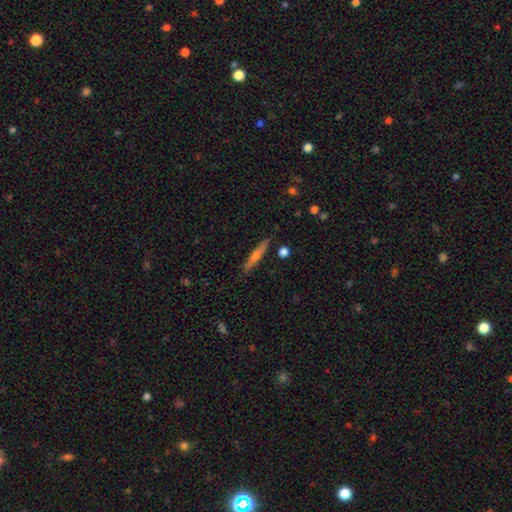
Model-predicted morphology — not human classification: Smooth or featured? featured or disk (54%)
Edge-on disk? yes (96%)
Edge-on bulge? rounded (78%)
Merging? none (88%)